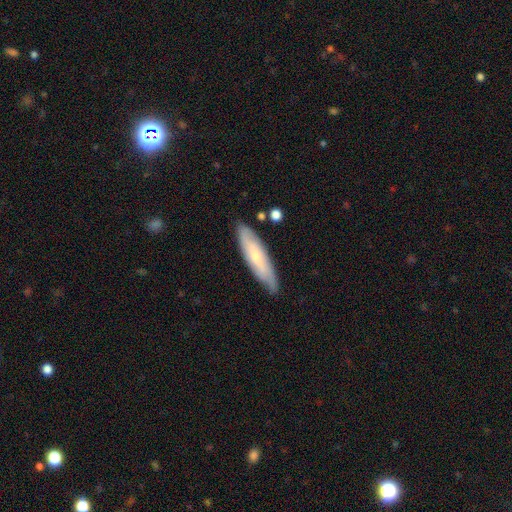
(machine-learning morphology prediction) Q: Smooth or featured?
A: smooth (49%); runner-up: featured or disk (45%)
Q: Merging?
A: none (81%); runner-up: minor disturbance (15%)